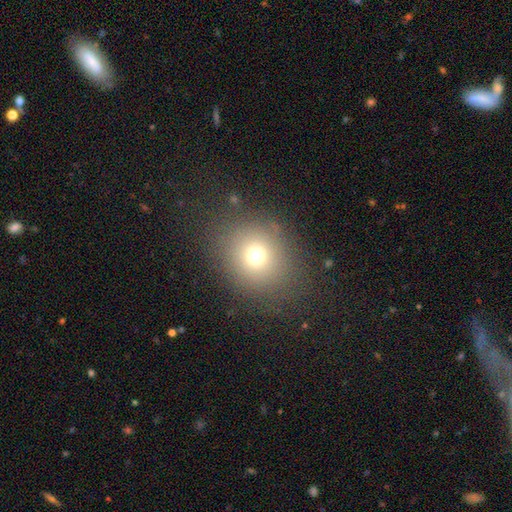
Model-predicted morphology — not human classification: This appears to be a smooth galaxy with no disk features (70%) that is round (78%). Merging: none (82%).